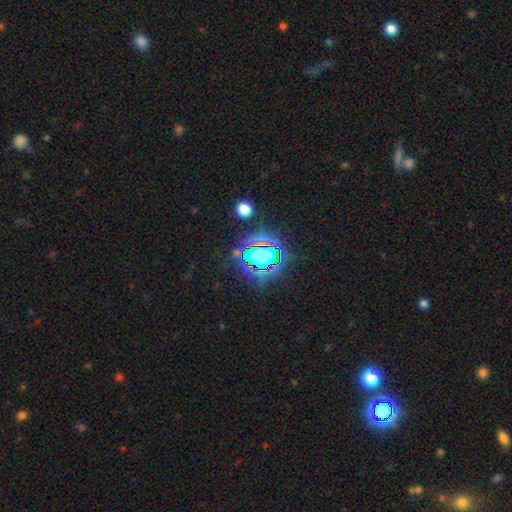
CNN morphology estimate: star or artifact 75%, smooth 16%, featured or disk 9%.